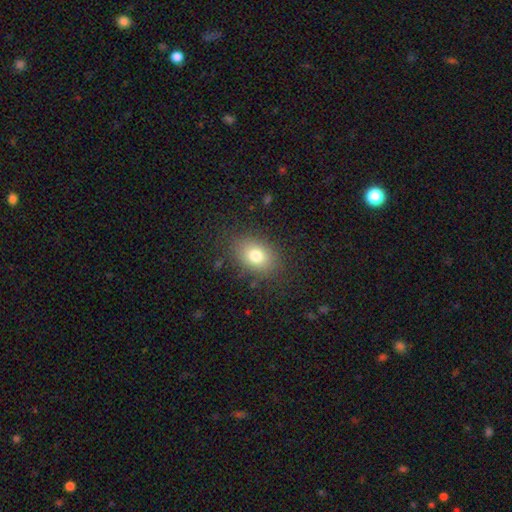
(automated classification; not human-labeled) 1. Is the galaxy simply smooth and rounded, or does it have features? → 77% smooth, 12% featured or disk, 11% star or artifact.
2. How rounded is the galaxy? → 71% in between, 28% round, 1% cigar-shaped.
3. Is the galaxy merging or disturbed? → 83% none, 11% minor disturbance, 4% major disturbance, 1% merger.